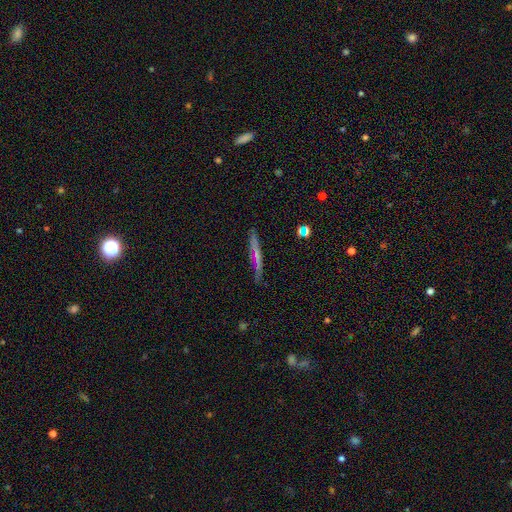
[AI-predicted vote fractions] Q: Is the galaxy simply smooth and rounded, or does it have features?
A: featured or disk — 46%.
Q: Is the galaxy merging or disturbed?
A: none — 81%.